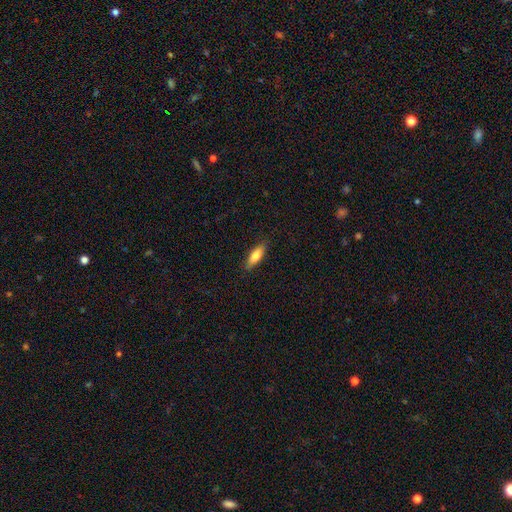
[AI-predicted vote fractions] smooth 78%, featured or disk 16%, star or artifact 6%. Down the decision tree: how rounded — in between (54%); merging — none (86%).